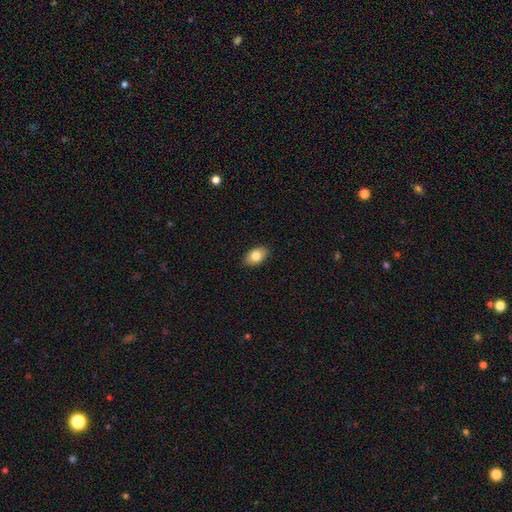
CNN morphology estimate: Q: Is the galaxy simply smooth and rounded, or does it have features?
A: smooth — 82%.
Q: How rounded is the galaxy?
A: in between — 90%.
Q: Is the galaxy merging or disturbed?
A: none — 89%.